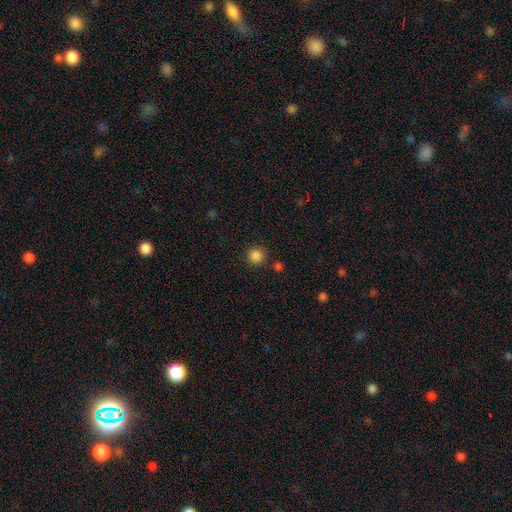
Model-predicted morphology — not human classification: Smooth or featured? Predicted: smooth (p=0.86). How rounded? Predicted: round (p=0.94). Merging? Predicted: none (p=0.87).